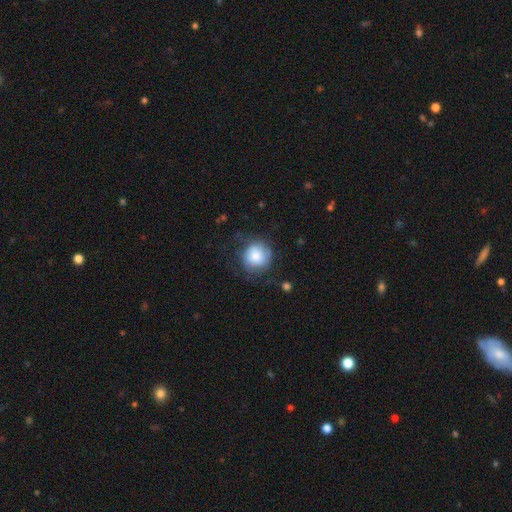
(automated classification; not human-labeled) Morphology: type=smooth (74%); roundness=round (91%); merging=none (66%).